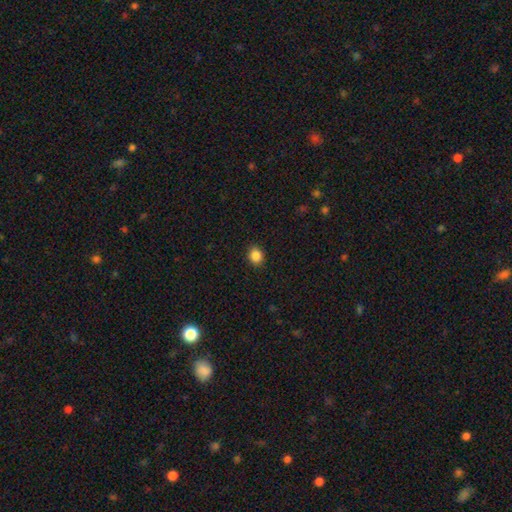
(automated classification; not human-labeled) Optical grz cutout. It shows a smooth galaxy with no disk features (86%) that is round (65%). Merging: none (90%).